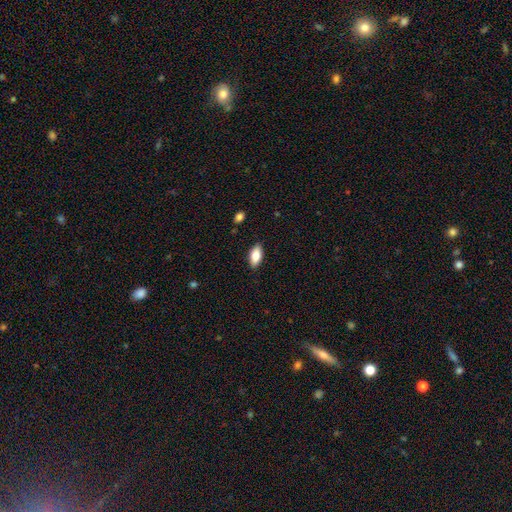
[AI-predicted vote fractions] This appears to be a smooth galaxy with no disk features (80%) that is in between round and cigar-shaped (88%). Merging: none (88%).